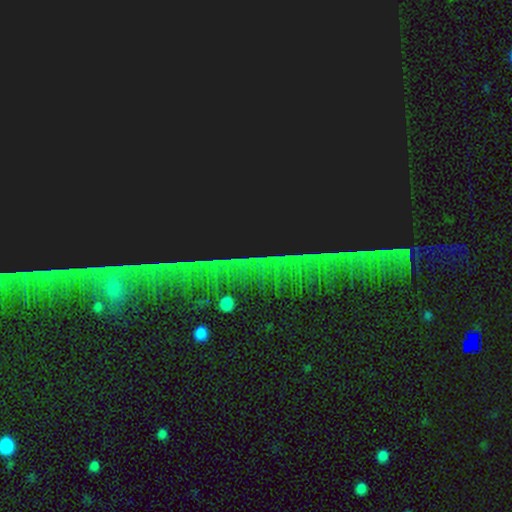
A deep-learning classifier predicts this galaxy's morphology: This is clearly a star or artifact rather than a galaxy (83%).